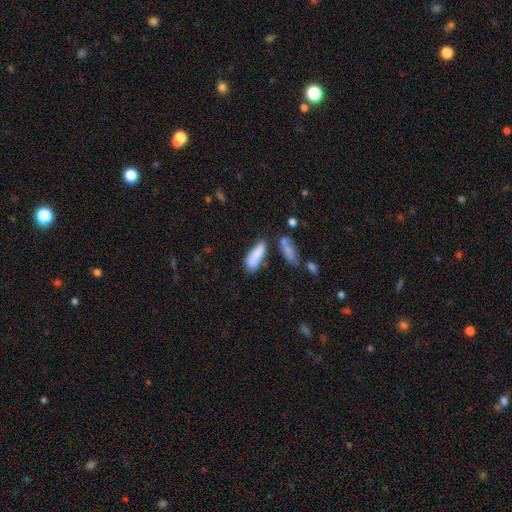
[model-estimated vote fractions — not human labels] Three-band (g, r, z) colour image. It shows a smooth galaxy with no disk features (83%) that is in between round and cigar-shaped (56%). Merging: none (54%).